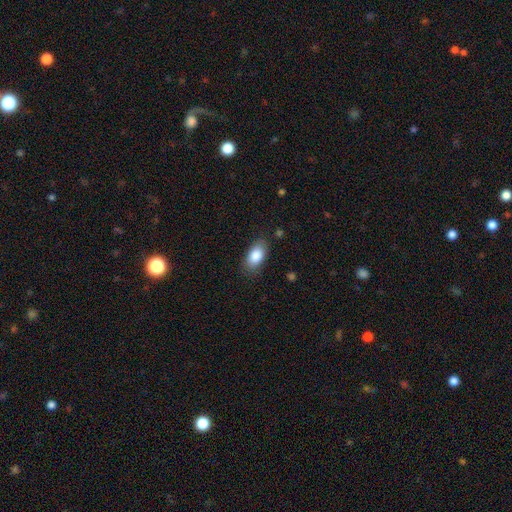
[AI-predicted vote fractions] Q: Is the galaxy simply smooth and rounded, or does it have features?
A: smooth — 86%.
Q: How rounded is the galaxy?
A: in between — 91%.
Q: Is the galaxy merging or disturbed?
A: none — 82%.